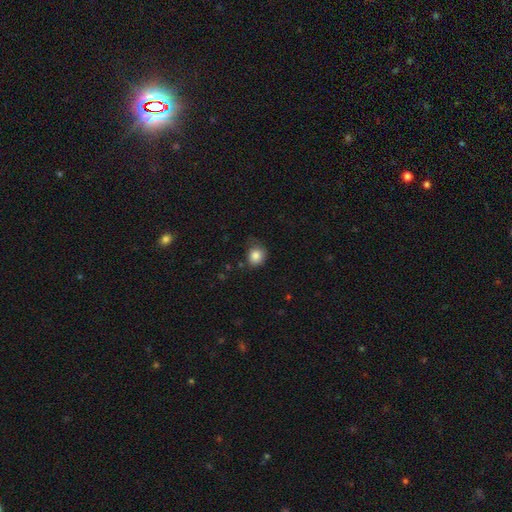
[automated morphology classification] type=smooth (84%); roundness=round (76%); merging=none (64%).